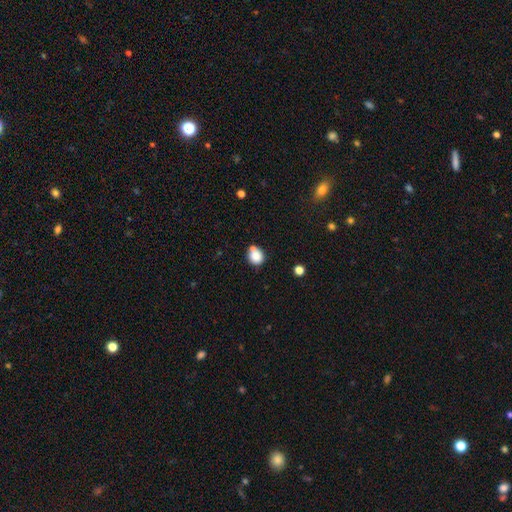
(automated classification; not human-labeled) smooth-or-featured: smooth: 83% | star or artifact: 10% | featured or disk: 7%
  how-rounded: round: 78% | in between: 21% | cigar-shaped: 1%
  merging: none: 57% | merger: 23% | minor disturbance: 16% | major disturbance: 5%